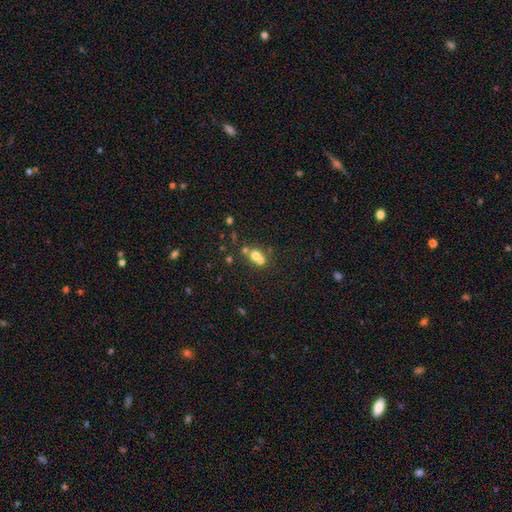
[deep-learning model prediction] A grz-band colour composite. It shows a smooth galaxy with no disk features (62%) that is round (68%). Merging: merger (58%).